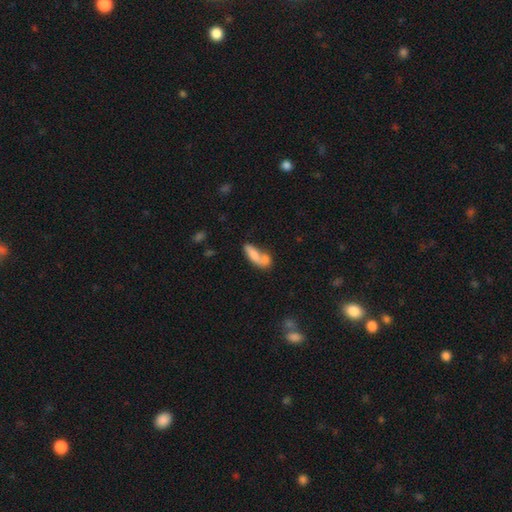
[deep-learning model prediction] This appears to be a smooth galaxy with no disk features (72%) that is in between round and cigar-shaped (63%). Merging: merger (56%).